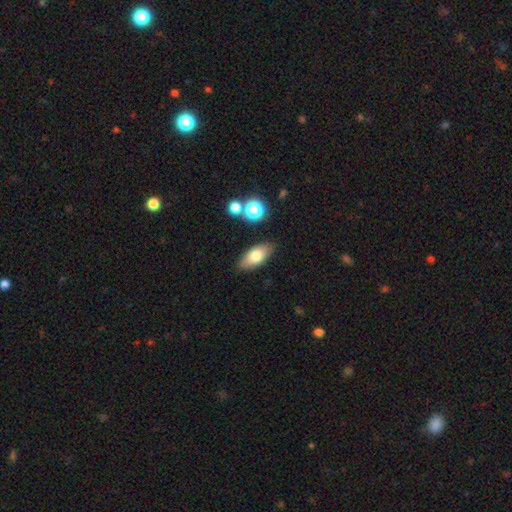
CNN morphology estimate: Smooth or featured? Predicted: smooth (p=0.75). How rounded? Predicted: in between (p=0.86). Merging? Predicted: none (p=0.84).